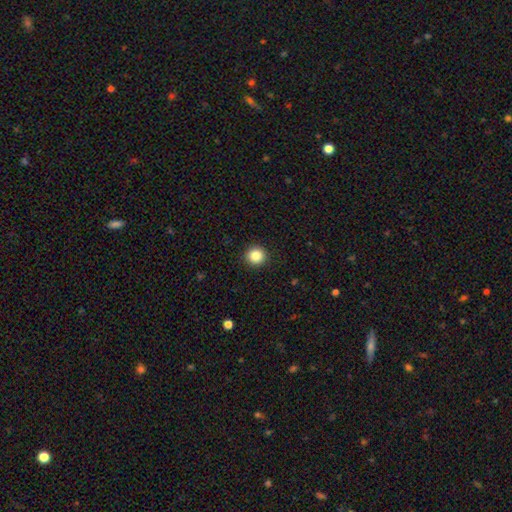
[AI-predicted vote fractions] Smooth or featured? Predicted: smooth (p=0.85). How rounded? Predicted: round (p=0.93). Merging? Predicted: none (p=0.93).